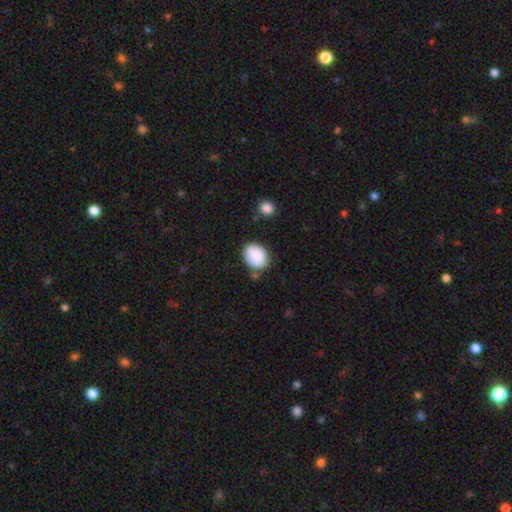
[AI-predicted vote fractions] Q: Smooth or featured?
A: smooth (89%); runner-up: star or artifact (7%)
Q: How rounded?
A: in between (57%); runner-up: round (42%)
Q: Merging?
A: none (75%); runner-up: minor disturbance (16%)